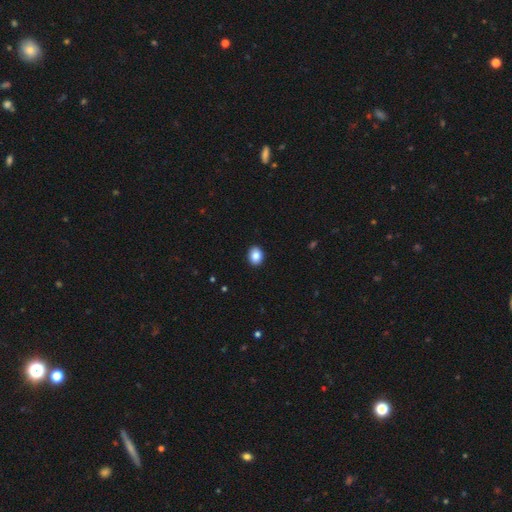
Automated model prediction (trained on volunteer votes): The model was most divided on "how rounded": in between: 53%, round: 46%, cigar-shaped: 1%. More confident: merging — none (92%); smooth or featured — smooth (88%).